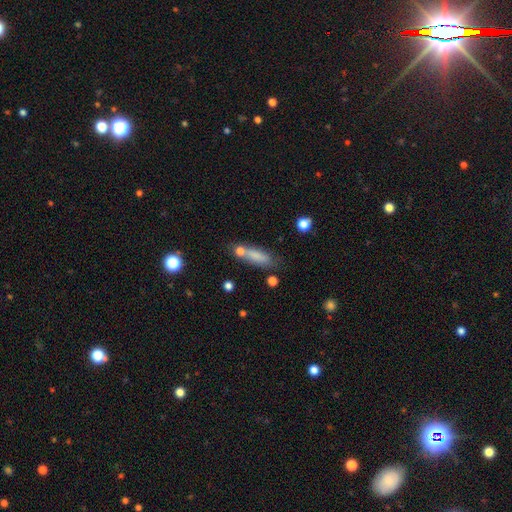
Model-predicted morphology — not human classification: smooth_or_featured: smooth (p=0.77) [alt: featured or disk p=0.13]
how_rounded: cigar-shaped (p=0.55) [alt: in between p=0.41]
merging: none (p=0.59) [alt: minor disturbance p=0.18]